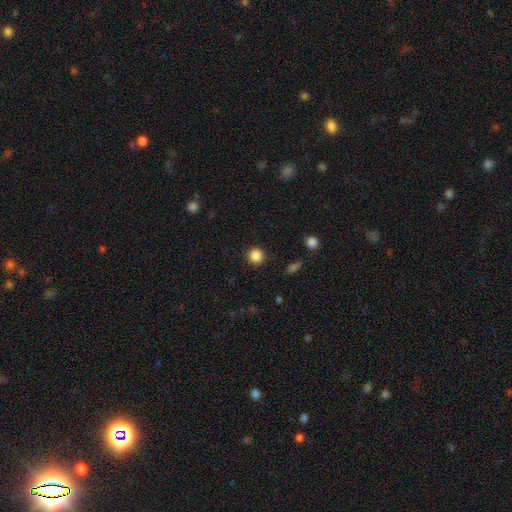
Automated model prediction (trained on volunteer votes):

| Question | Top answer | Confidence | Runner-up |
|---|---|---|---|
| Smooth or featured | smooth | 86% | star or artifact (11%) |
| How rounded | round | 94% | in between (5%) |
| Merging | none | 92% | minor disturbance (5%) |